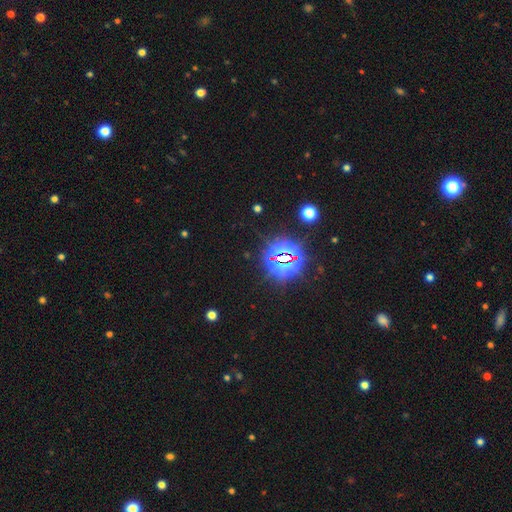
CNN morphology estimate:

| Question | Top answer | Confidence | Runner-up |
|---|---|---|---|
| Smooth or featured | star or artifact | 81% | smooth (12%) |